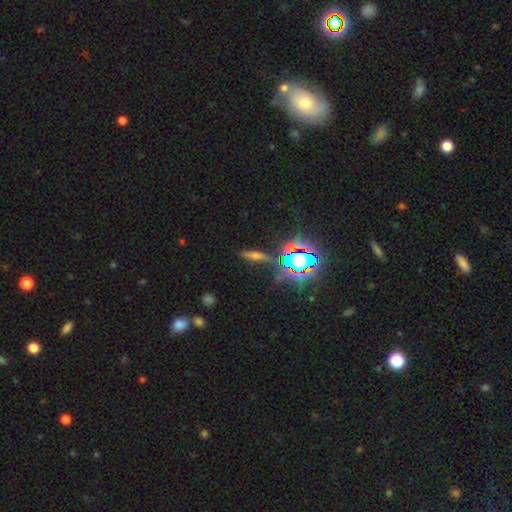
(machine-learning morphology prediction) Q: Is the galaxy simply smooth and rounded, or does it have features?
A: smooth — 41%.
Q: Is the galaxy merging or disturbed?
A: none — 78%.